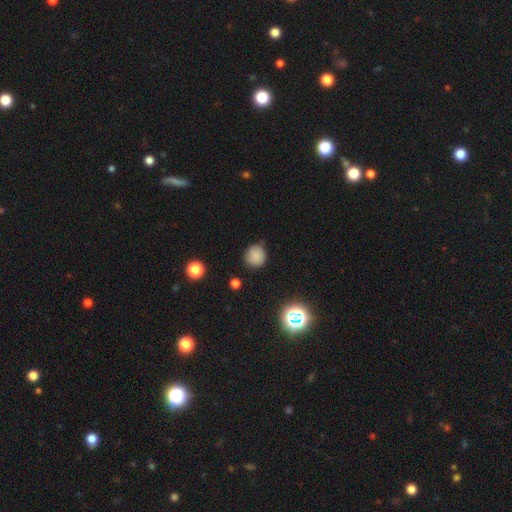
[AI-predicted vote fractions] Smooth or featured: smooth — 81% (star or artifact — 13%)
How rounded: round — 91% (in between — 8%)
Merging: none — 78% (minor disturbance — 16%)